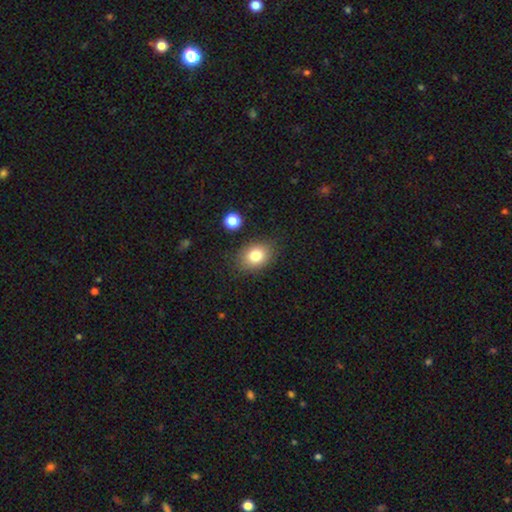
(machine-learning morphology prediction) The model was most divided on "how rounded": in between: 61%, round: 38%, cigar-shaped: 1%. More confident: merging — none (83%); smooth or featured — smooth (81%).